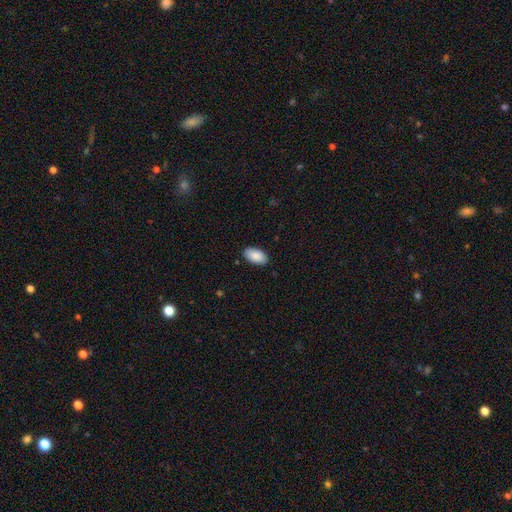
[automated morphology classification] A smooth galaxy with no disk features (89%) that is in between round and cigar-shaped (96%). Merging: none (88%).